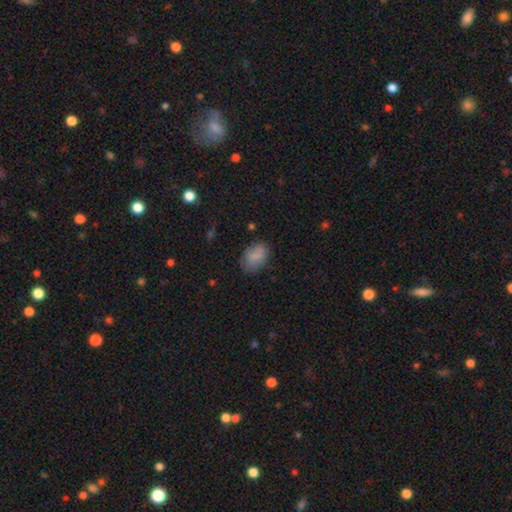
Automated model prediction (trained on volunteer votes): This is clearly a smooth galaxy (82%). How rounded: clearly in between (85%). Merging: likely none (70%).